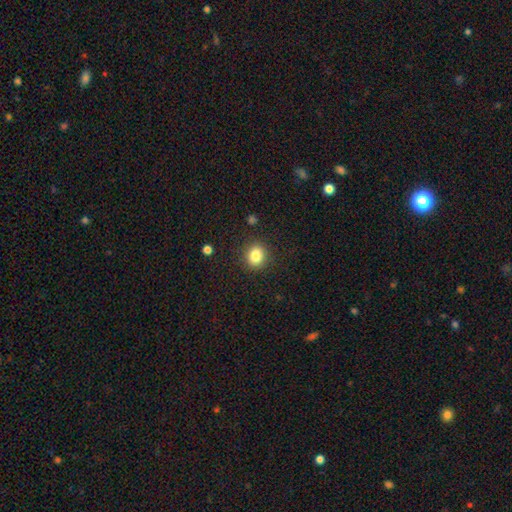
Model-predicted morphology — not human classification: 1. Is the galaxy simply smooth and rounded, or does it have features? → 84% smooth, 10% star or artifact, 5% featured or disk.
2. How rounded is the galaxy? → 70% round, 29% in between, 1% cigar-shaped.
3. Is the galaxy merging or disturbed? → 88% none, 8% minor disturbance, 3% major disturbance, 1% merger.